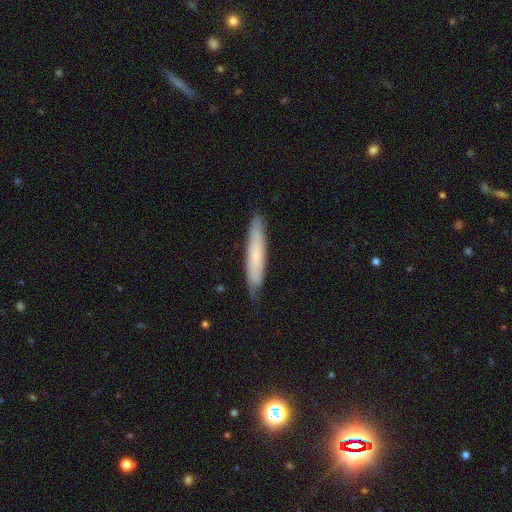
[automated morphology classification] Smooth or featured? Predicted: smooth (p=0.53). How rounded? Predicted: cigar-shaped (p=0.88). Merging? Predicted: none (p=0.76).